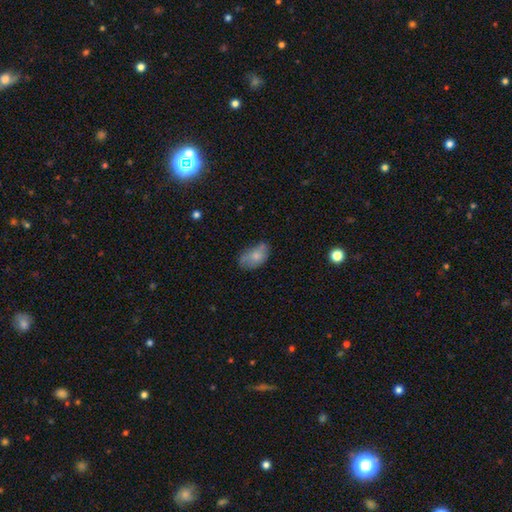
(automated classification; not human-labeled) Smooth or featured: smooth — 74% (featured or disk — 18%)
How rounded: in between — 91% (round — 7%)
Merging: none — 53% (minor disturbance — 33%)